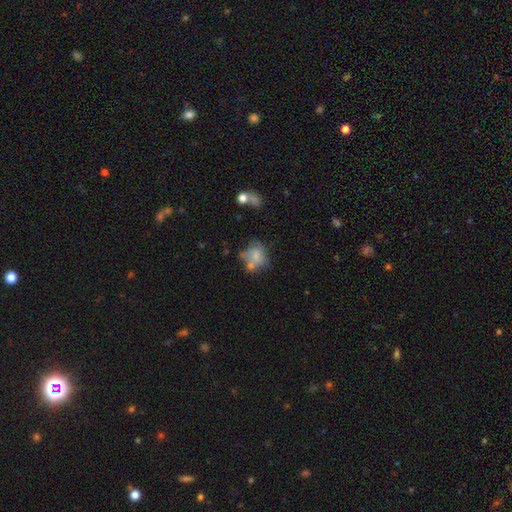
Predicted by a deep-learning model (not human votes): Overall: smooth (61%; featured or disk 28%). How rounded: round (52%; in between 47%). Merging: none (33%; merger 30%).